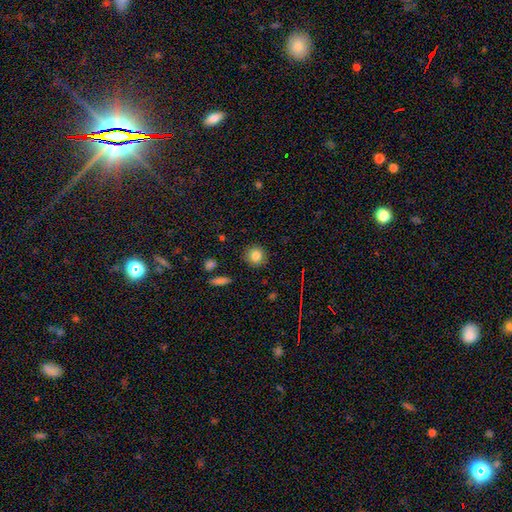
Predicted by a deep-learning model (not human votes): smooth-or-featured: smooth: 82% | star or artifact: 11% | featured or disk: 7%
  how-rounded: round: 90% | in between: 9% | cigar-shaped: 1%
  merging: none: 89% | minor disturbance: 7% | major disturbance: 2% | merger: 1%